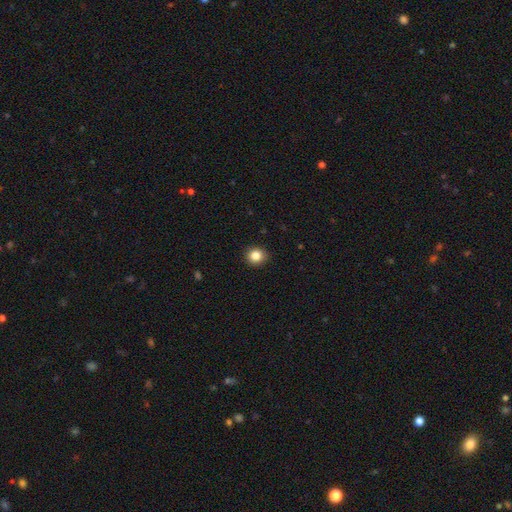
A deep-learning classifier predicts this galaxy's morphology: smooth-or-featured: smooth: 84% | star or artifact: 11% | featured or disk: 5%
  how-rounded: round: 84% | in between: 15% | cigar-shaped: 1%
  merging: none: 91% | minor disturbance: 6% | major disturbance: 2% | merger: 1%